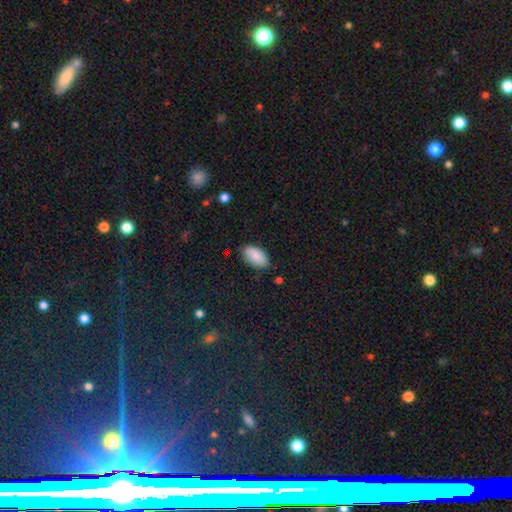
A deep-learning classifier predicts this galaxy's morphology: Smooth or featured?
  - smooth: 84% *
  - featured or disk: 9%
  - star or artifact: 7%
How rounded?
  - in between: 94% *
  - round: 4%
  - cigar-shaped: 2%
Merging?
  - none: 81% *
  - minor disturbance: 15%
  - major disturbance: 3%
  - merger: 1%